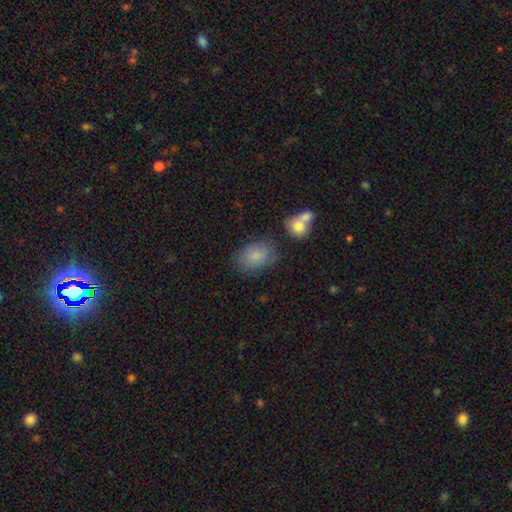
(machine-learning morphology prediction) The model was most divided on "merging": none: 70%, minor disturbance: 18%, merger: 7%, major disturbance: 6%. More confident: smooth or featured — smooth (82%); how rounded — in between (76%).